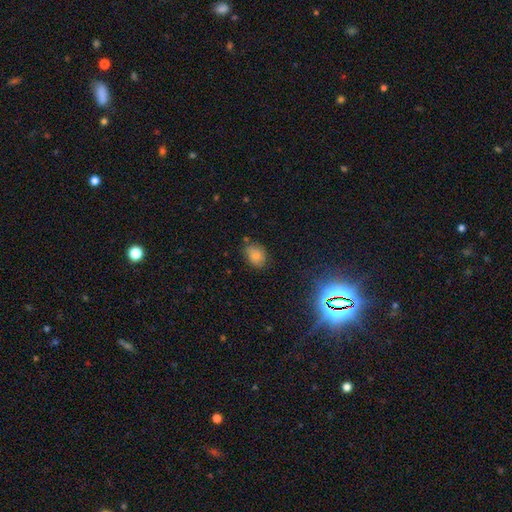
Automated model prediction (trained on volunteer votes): Overall: smooth (80%). How rounded: in between (63%; round 36%). Merging: none (73%).